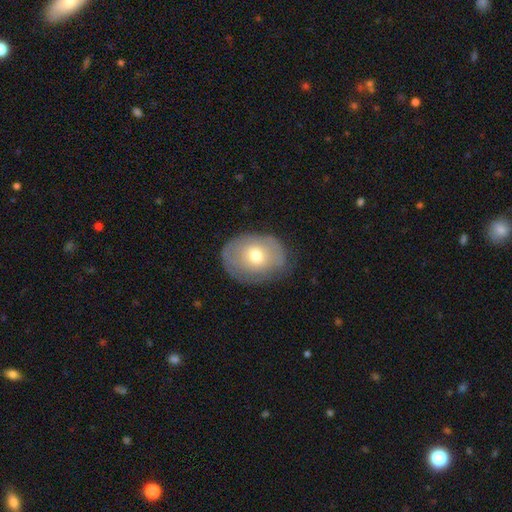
Smooth or featured?
  - smooth: 58% *
  - featured or disk: 39%
  - star or artifact: 3%
How rounded?
  - round: 59% *
  - in between: 41%
  - cigar-shaped: 0%
Merging?
  - none: 73% *
  - minor disturbance: 27%
  - major disturbance: 0%
  - merger: 0%